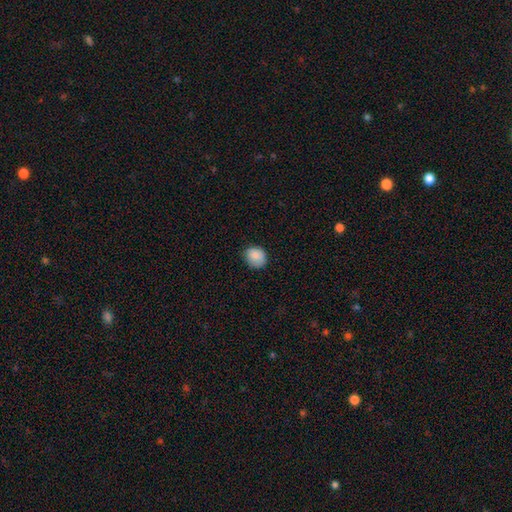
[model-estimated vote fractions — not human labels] Q: Smooth or featured?
A: smooth (85%); runner-up: star or artifact (9%)
Q: How rounded?
A: round (74%); runner-up: in between (25%)
Q: Merging?
A: none (78%); runner-up: minor disturbance (18%)